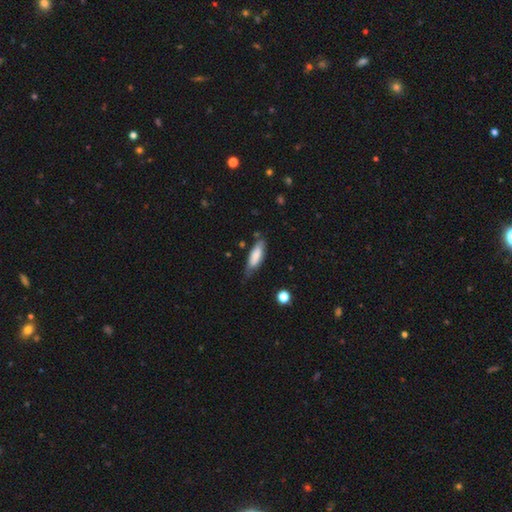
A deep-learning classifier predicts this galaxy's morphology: smooth-or-featured: smooth: 75% | featured or disk: 19% | star or artifact: 6%
  how-rounded: in between: 52% | cigar-shaped: 46% | round: 2%
  merging: none: 65% | minor disturbance: 26% | major disturbance: 6% | merger: 2%